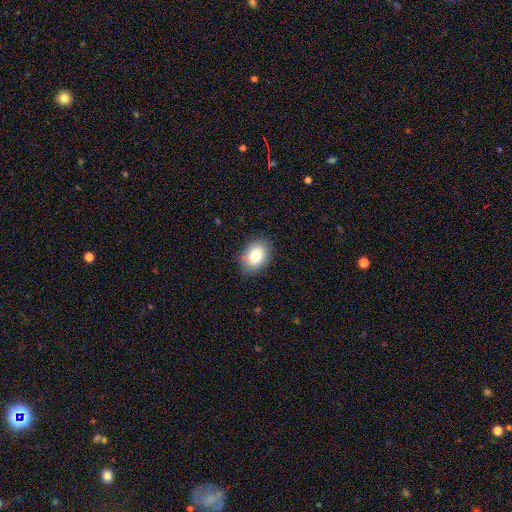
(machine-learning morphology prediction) Overall: smooth (80%). How rounded: in between (71%). Merging: none (82%).